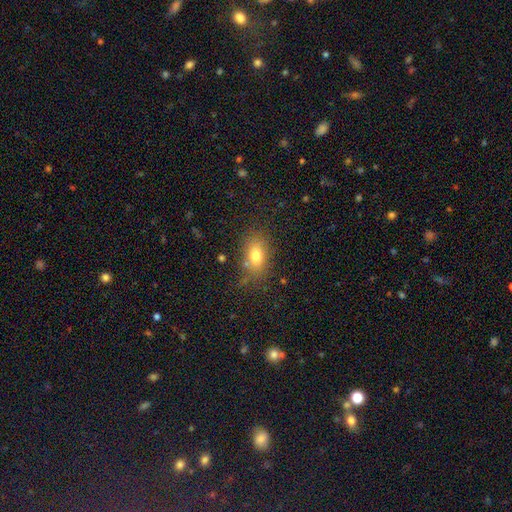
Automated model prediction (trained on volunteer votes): Overall: smooth (77%). How rounded: in between (83%). Merging: none (76%).